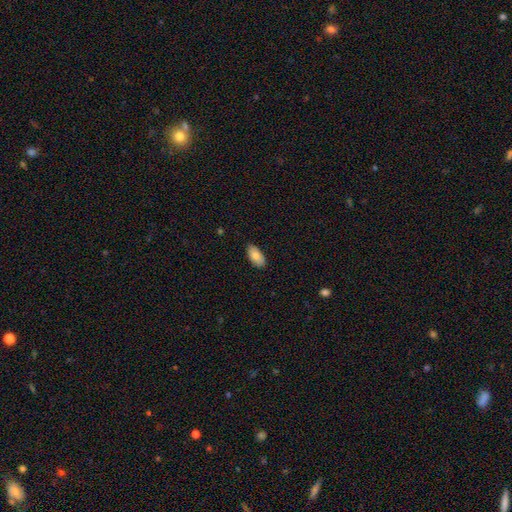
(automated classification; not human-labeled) This is clearly a smooth galaxy (80%). How rounded: clearly in between (94%). Merging: clearly none (85%).